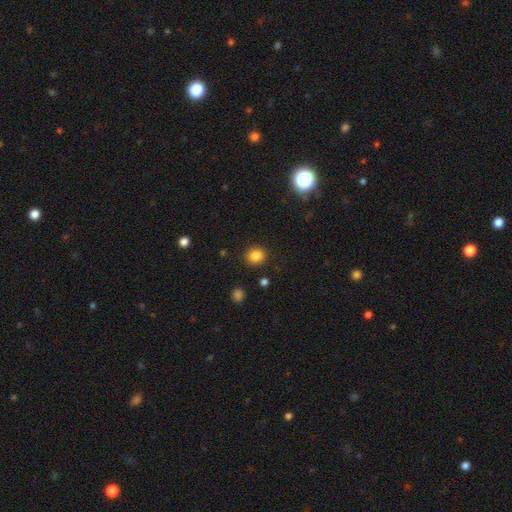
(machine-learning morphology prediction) Smooth or featured: smooth — 84% (star or artifact — 11%)
How rounded: round — 83% (in between — 16%)
Merging: none — 89% (minor disturbance — 7%)